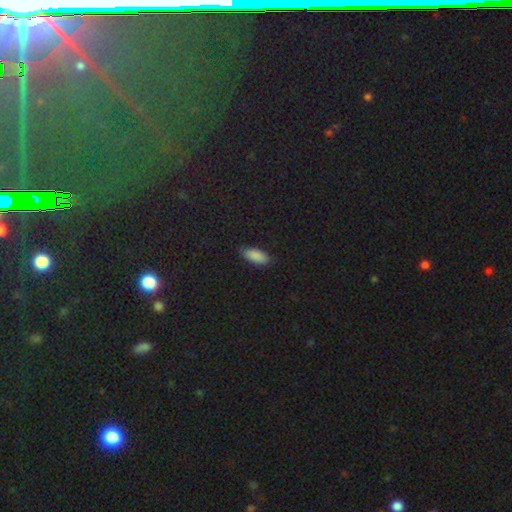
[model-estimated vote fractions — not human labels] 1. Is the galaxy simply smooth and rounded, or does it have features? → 86% smooth, 9% star or artifact, 5% featured or disk.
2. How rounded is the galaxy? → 86% in between, 12% cigar-shaped, 2% round.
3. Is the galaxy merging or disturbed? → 83% none, 13% minor disturbance, 3% major disturbance, 1% merger.